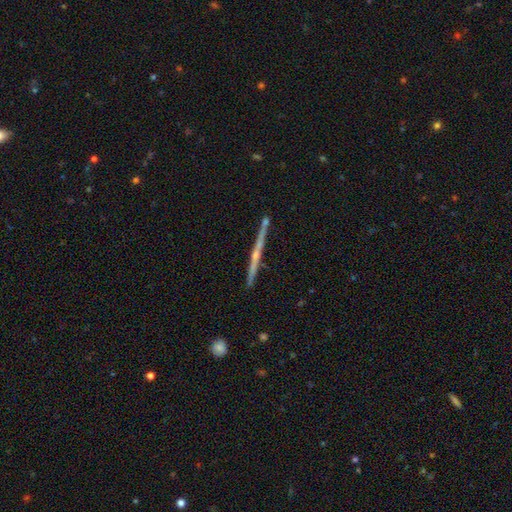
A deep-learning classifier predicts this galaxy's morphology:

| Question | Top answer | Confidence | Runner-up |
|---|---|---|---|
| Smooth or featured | featured or disk | 80% | smooth (14%) |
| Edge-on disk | yes | 98% | no (2%) |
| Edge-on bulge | rounded | 69% | none (26%) |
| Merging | none | 89% | minor disturbance (7%) |